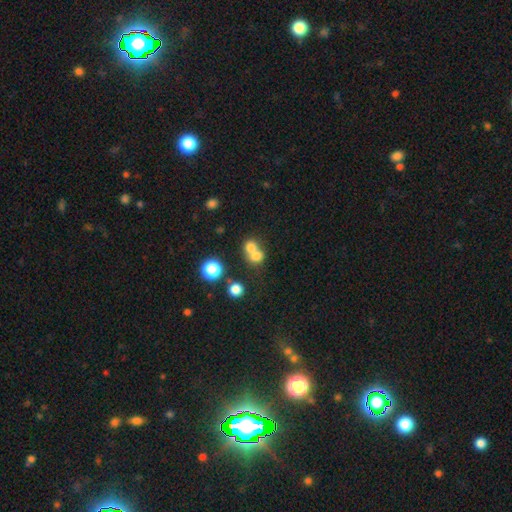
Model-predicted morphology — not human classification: Smooth or featured: smooth — 72% (featured or disk — 14%)
How rounded: round — 72% (in between — 27%)
Merging: merger — 63% (none — 28%)